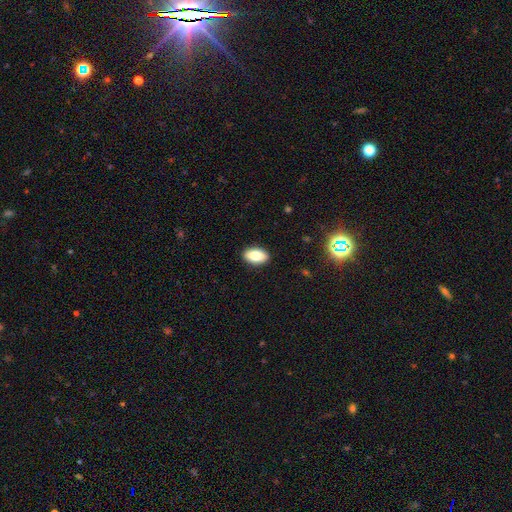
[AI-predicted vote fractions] Q: Smooth or featured?
A: smooth (79%); runner-up: featured or disk (13%)
Q: How rounded?
A: in between (91%); runner-up: round (6%)
Q: Merging?
A: none (90%); runner-up: minor disturbance (7%)